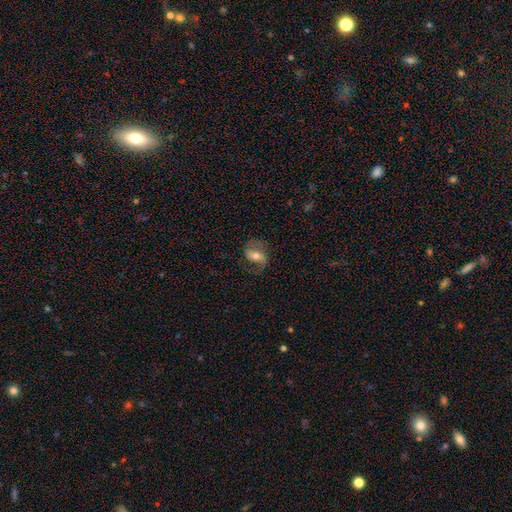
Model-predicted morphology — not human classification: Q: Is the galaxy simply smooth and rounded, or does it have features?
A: featured or disk — 65%.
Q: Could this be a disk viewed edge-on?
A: no — 96%.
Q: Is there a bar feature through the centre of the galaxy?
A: weak — 39%.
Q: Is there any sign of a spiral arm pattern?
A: yes — 88%.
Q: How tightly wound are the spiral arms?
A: loose — 47%.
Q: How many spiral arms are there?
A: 2 — 80%.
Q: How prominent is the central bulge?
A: moderate — 63%.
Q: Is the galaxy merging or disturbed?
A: none — 68%.